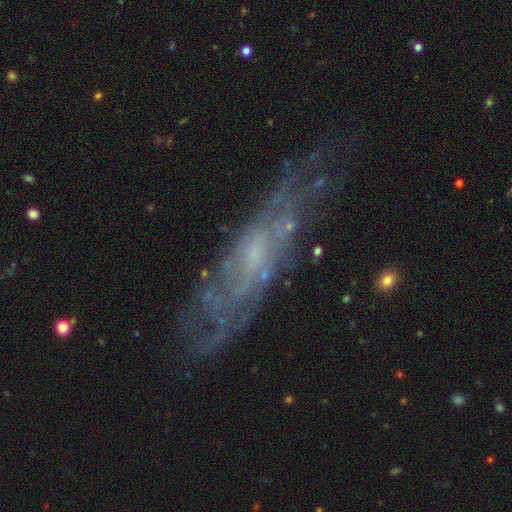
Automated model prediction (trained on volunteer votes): This is likely a featured or disk galaxy (74%). It is likely not viewed edge-on (65%). Merging: likely none (72%).